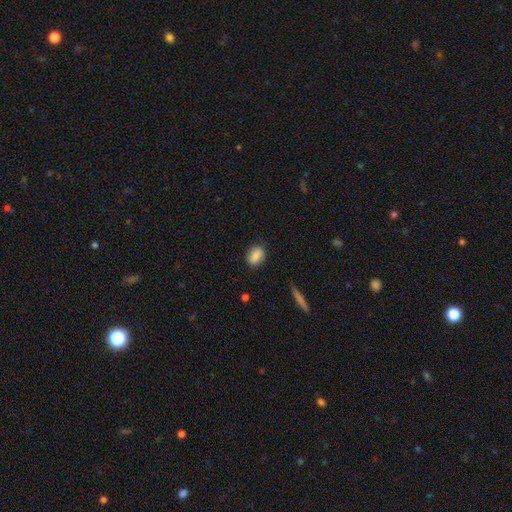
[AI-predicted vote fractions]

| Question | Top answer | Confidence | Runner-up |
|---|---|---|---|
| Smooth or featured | smooth | 85% | star or artifact (8%) |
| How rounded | in between | 71% | round (27%) |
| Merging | none | 83% | minor disturbance (13%) |